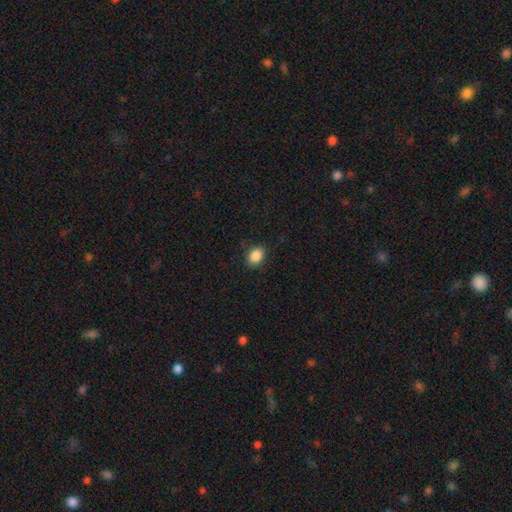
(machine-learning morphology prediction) Overall: smooth (88%). How rounded: in between (59%; round 40%). Merging: none (87%).